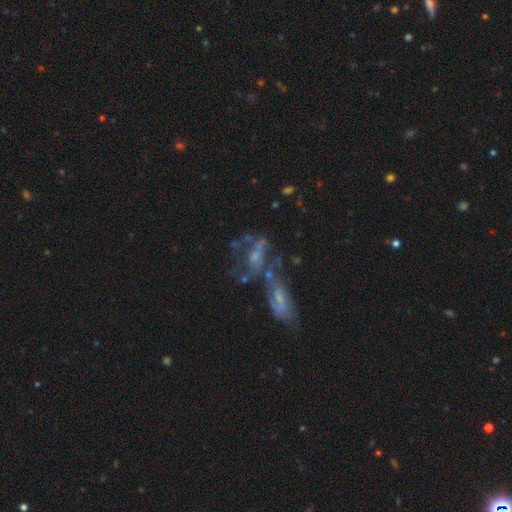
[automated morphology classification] This is likely a featured or disk galaxy (62%). It is clearly not viewed edge-on (91%). Bar: likely no (61%). Spiral arm pattern: possibly no (52%). Central bulge: marginally moderate (35%). Merging: possibly merger (47%).